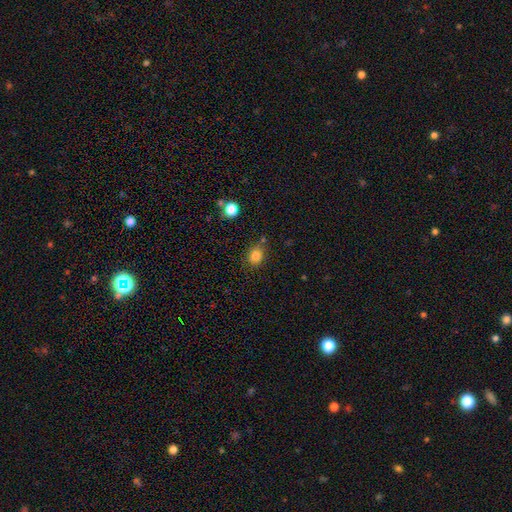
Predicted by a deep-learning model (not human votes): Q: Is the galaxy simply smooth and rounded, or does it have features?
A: smooth — 83%.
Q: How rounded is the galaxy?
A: round — 62%.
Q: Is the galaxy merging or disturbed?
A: none — 74%.